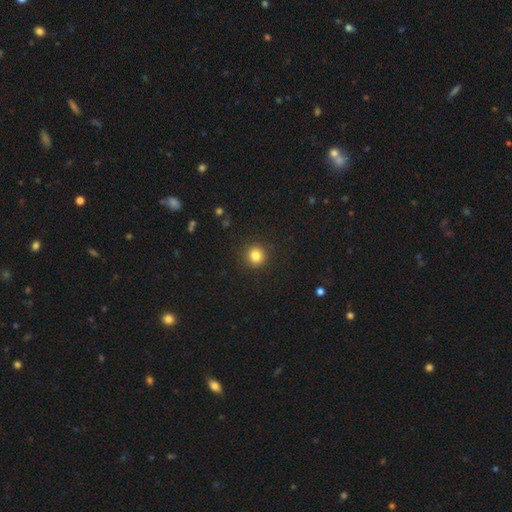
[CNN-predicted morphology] A smooth galaxy with no disk features (83%) that is round (93%).

Vote fractions:
- Smooth or featured? smooth: 83% / star or artifact: 12% / featured or disk: 5%
- How rounded? round: 93% / in between: 6% / cigar-shaped: 1%
- Merging? none: 91% / minor disturbance: 6% / major disturbance: 2% / merger: 1%